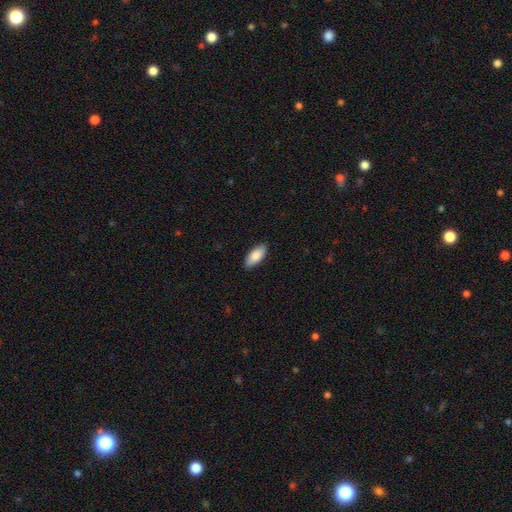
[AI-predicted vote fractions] Overall: smooth (86%). How rounded: in between (88%). Merging: none (88%).